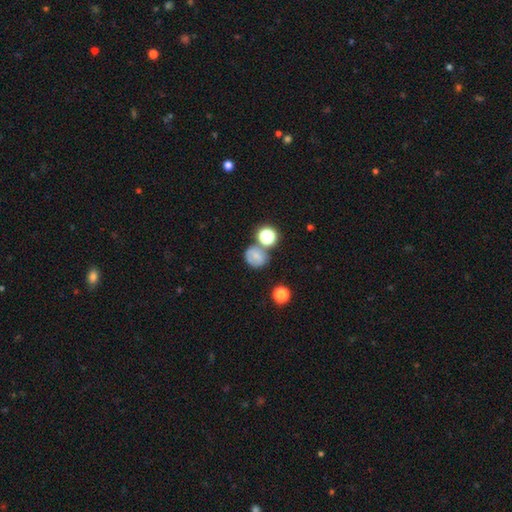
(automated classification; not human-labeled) smooth-or-featured: smooth: 61% | featured or disk: 23% | star or artifact: 16%
  how-rounded: round: 73% | in between: 26% | cigar-shaped: 1%
  merging: none: 59% | merger: 18% | minor disturbance: 17% | major disturbance: 7%